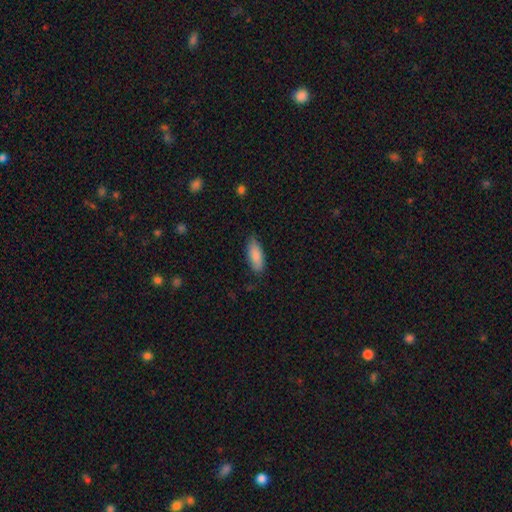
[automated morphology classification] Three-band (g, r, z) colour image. It shows a smooth galaxy with no disk features (86%) that is in between round and cigar-shaped (79%). Merging: none (80%).